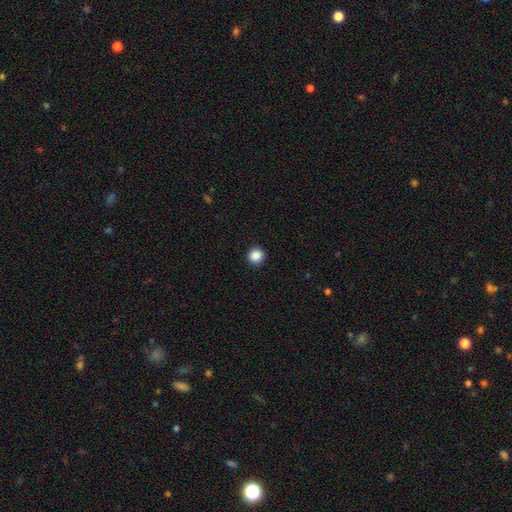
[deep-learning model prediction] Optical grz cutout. It shows a smooth galaxy with no disk features (88%) that is round (94%). Merging: none (93%).